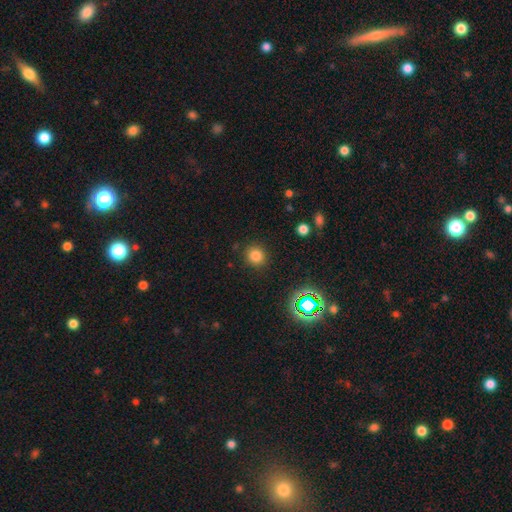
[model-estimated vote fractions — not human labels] smooth_or_featured: smooth (p=0.79) [alt: star or artifact p=0.15]
how_rounded: round (p=0.90) [alt: in between p=0.10]
merging: none (p=0.89) [alt: minor disturbance p=0.07]